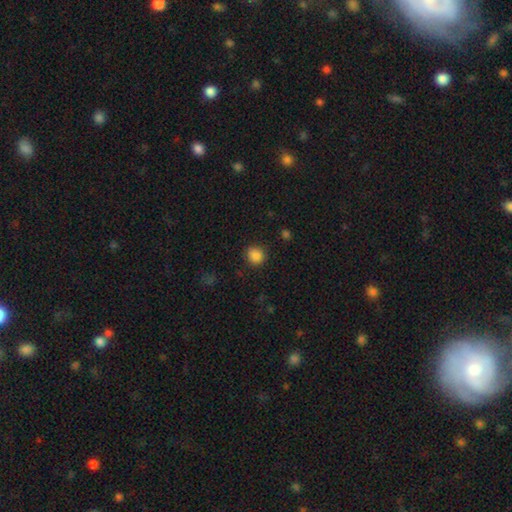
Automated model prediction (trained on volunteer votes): Smooth or featured? smooth (86%)
How rounded? round (87%)
Merging? none (88%)